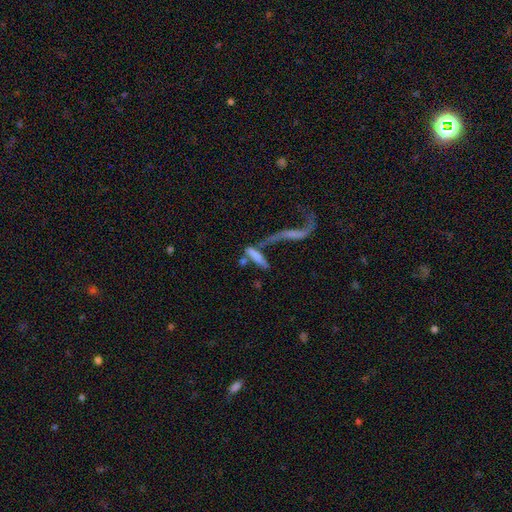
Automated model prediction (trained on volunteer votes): smooth-or-featured: smooth: 53% | featured or disk: 36% | star or artifact: 11%
  how-rounded: cigar-shaped: 71% | in between: 25% | round: 4%
  merging: merger: 52% | none: 20% | major disturbance: 19% | minor disturbance: 9%